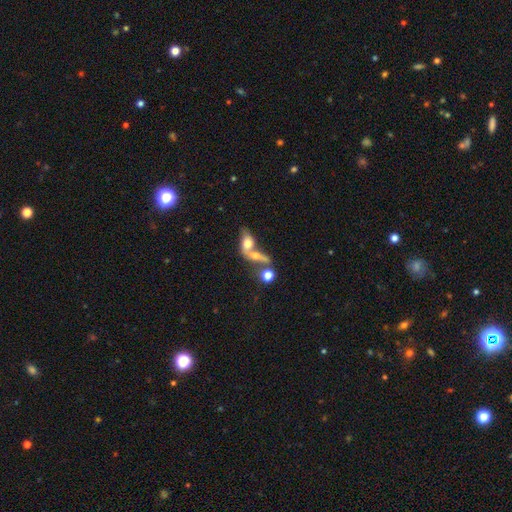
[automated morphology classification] Smooth or featured? smooth (55%)
How rounded? in between (61%)
Merging? merger (70%)